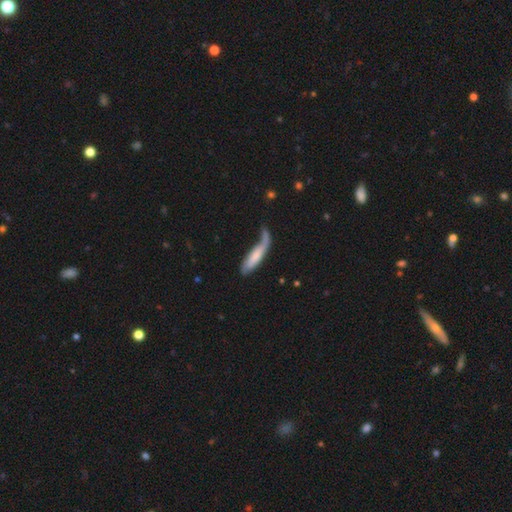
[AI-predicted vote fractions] smooth 65%, featured or disk 29%, star or artifact 6%. Down the decision tree: how rounded — cigar-shaped (69%); merging — none (32%).